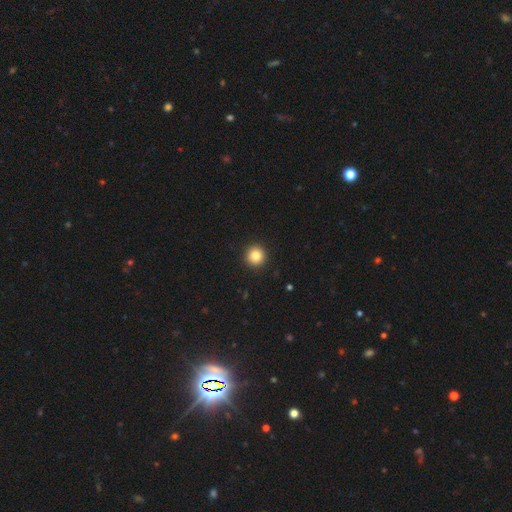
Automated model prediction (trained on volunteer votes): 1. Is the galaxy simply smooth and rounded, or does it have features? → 83% smooth, 11% star or artifact, 7% featured or disk.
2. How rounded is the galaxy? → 95% round, 4% in between, 1% cigar-shaped.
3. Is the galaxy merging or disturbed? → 93% none, 4% minor disturbance, 2% major disturbance, 1% merger.